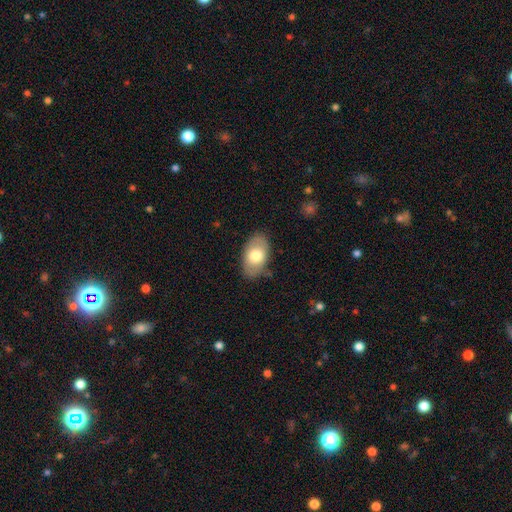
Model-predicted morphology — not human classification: smooth 69%, featured or disk 25%, star or artifact 6%. Down the decision tree: how rounded — in between (92%); merging — none (80%).